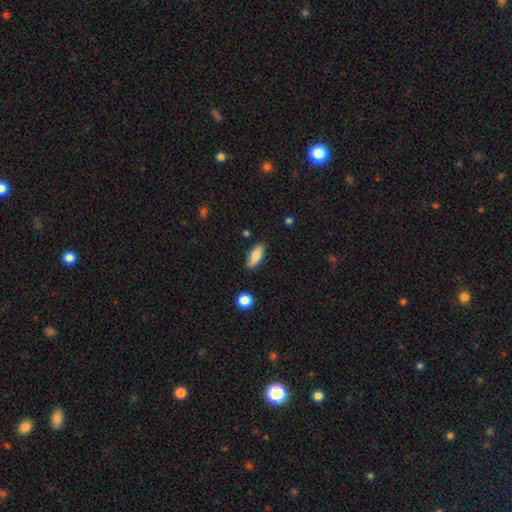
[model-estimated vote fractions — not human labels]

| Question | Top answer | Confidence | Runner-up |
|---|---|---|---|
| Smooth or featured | smooth | 82% | featured or disk (11%) |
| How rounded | in between | 76% | cigar-shaped (21%) |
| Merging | none | 84% | minor disturbance (12%) |